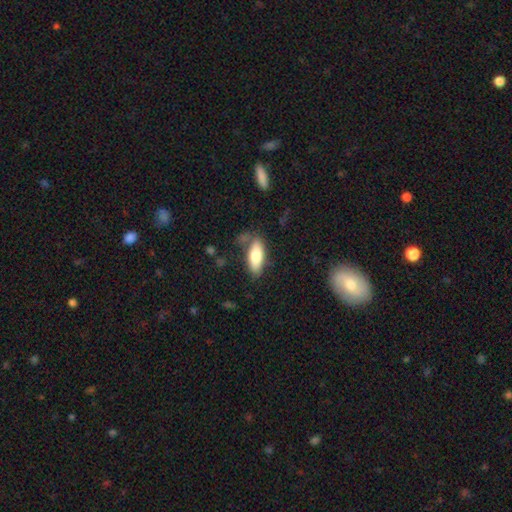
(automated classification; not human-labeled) Smooth or featured? Predicted: smooth (p=0.80). How rounded? Predicted: in between (p=0.72). Merging? Predicted: none (p=0.69).